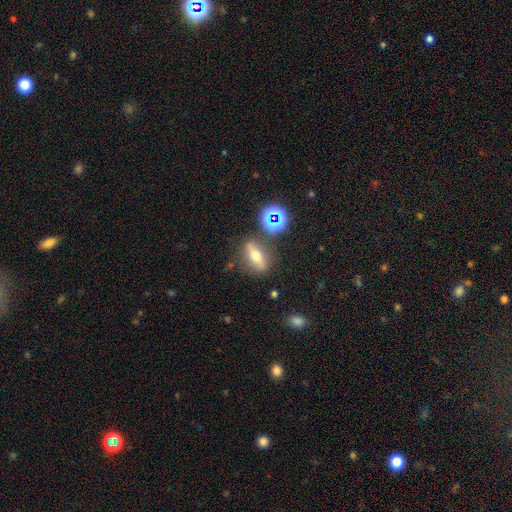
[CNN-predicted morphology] Q: Smooth or featured?
A: featured or disk (44%); runner-up: smooth (41%)
Q: Merging?
A: none (77%); runner-up: minor disturbance (12%)